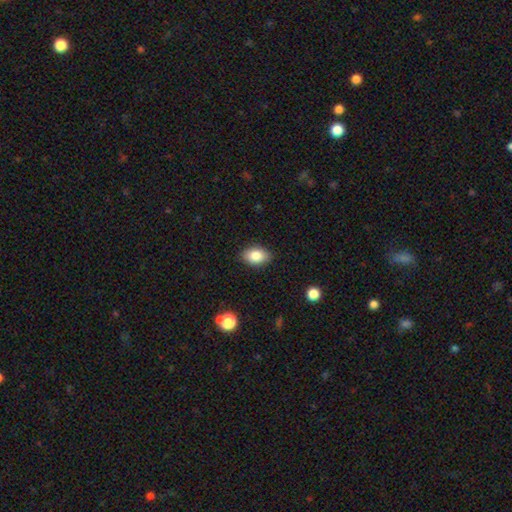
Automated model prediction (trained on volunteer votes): smooth-or-featured: smooth: 83% | featured or disk: 8% | star or artifact: 8%
  how-rounded: in between: 87% | round: 12% | cigar-shaped: 1%
  merging: none: 87% | minor disturbance: 10% | major disturbance: 2% | merger: 1%